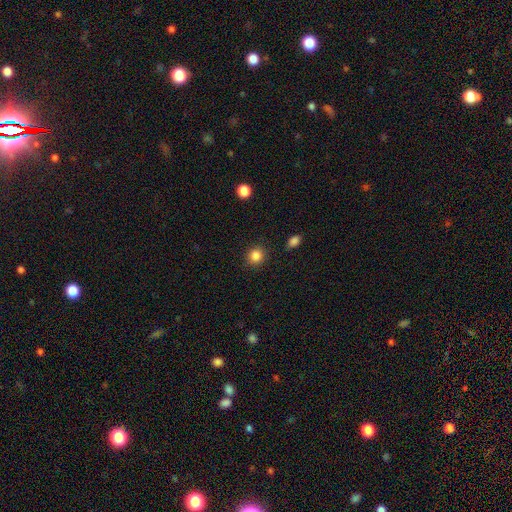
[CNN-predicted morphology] smooth 85%, star or artifact 11%, featured or disk 4%. Down the decision tree: how rounded — round (89%); merging — none (89%).